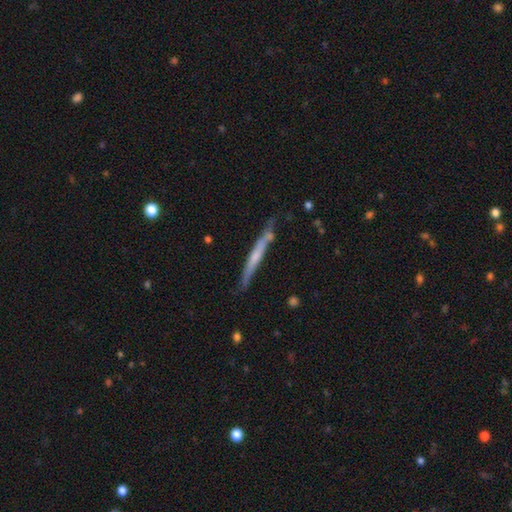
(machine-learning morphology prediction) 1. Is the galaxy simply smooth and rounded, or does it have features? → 53% featured or disk, 41% smooth, 6% star or artifact.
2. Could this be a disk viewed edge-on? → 93% yes, 7% no.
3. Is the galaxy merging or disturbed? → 71% none, 19% minor disturbance, 6% merger, 4% major disturbance.